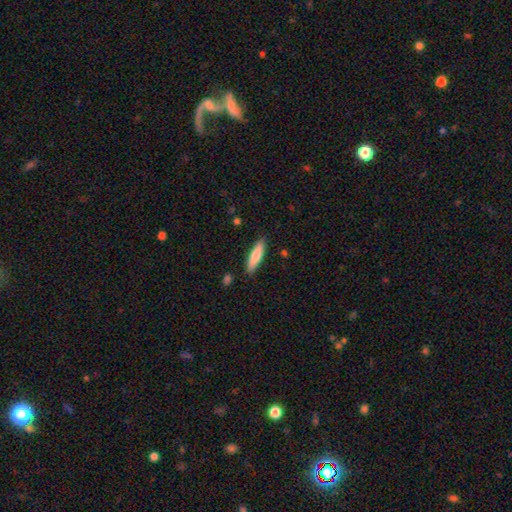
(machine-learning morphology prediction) Q: Smooth or featured?
A: smooth (78%); runner-up: featured or disk (17%)
Q: How rounded?
A: cigar-shaped (70%); runner-up: in between (29%)
Q: Merging?
A: none (87%); runner-up: minor disturbance (10%)